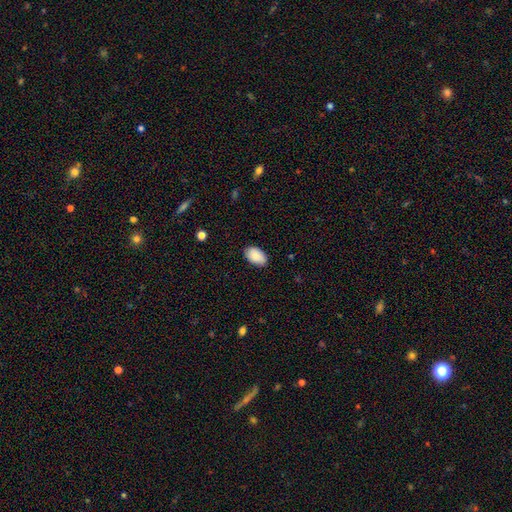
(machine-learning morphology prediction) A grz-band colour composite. It shows a smooth galaxy with no disk features (88%) that is in between round and cigar-shaped (93%). Merging: none (83%).